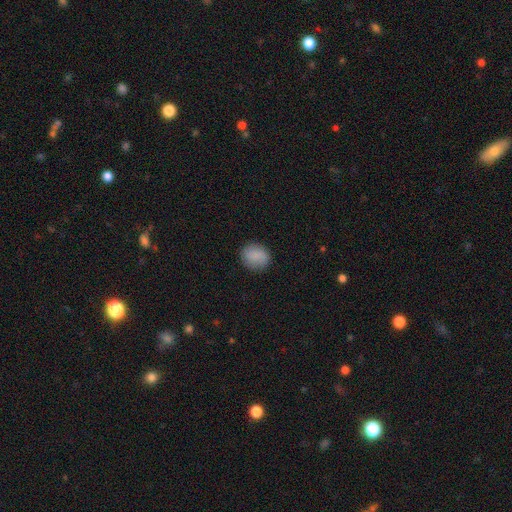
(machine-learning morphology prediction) A smooth galaxy with no disk features (87%) that is round (69%). Merging: none (86%).